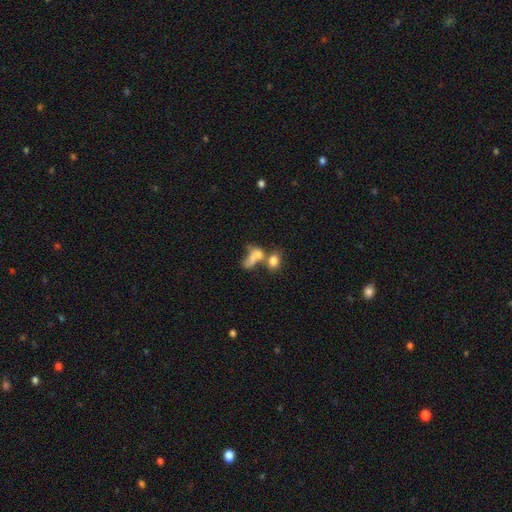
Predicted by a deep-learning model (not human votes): smooth 64%, featured or disk 23%, star or artifact 12%. Down the decision tree: how rounded — in between (67%); merging — merger (59%).